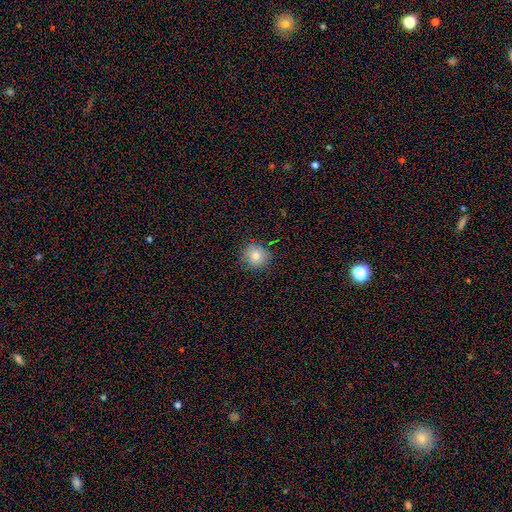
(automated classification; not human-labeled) This appears to be a smooth galaxy with no disk features (78%) that is round (93%). Merging: none (88%).